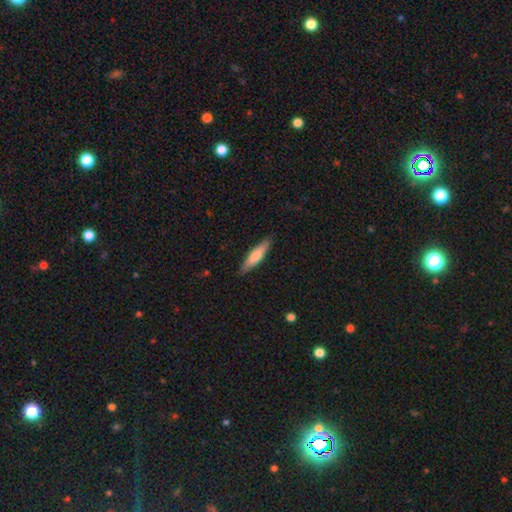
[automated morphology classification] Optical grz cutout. It shows a smooth galaxy with no disk features (70%) that is cigar-shaped (80%). Merging: none (88%).